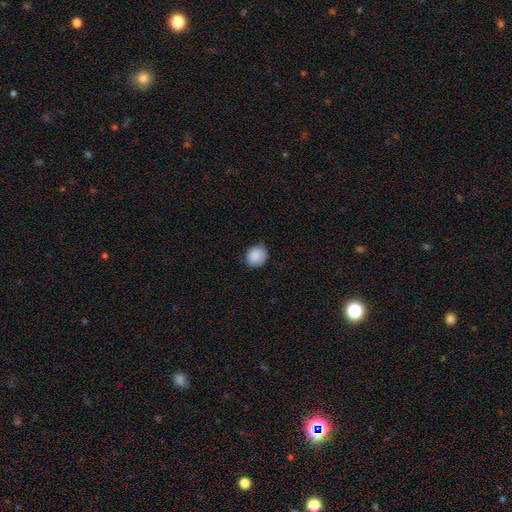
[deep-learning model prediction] This appears to be a smooth galaxy with no disk features (88%) that is round (71%). Merging: none (76%).